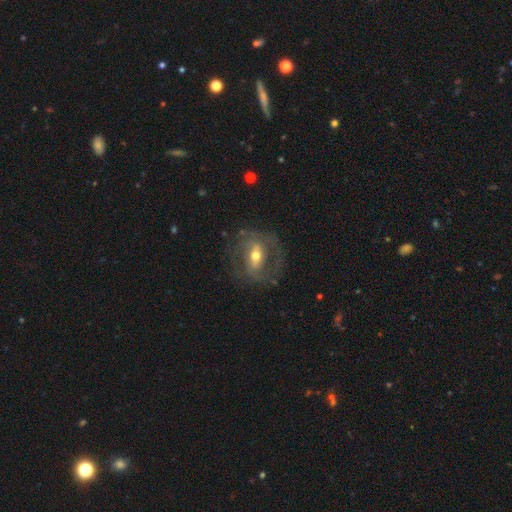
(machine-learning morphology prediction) Overall: featured or disk (71%). Edge-on disk: no (90%). Bar: strong (44%; weak 34%). Spiral arms: yes (57%; no 43%). Bulge size: moderate (69%). Merging: none (67%).